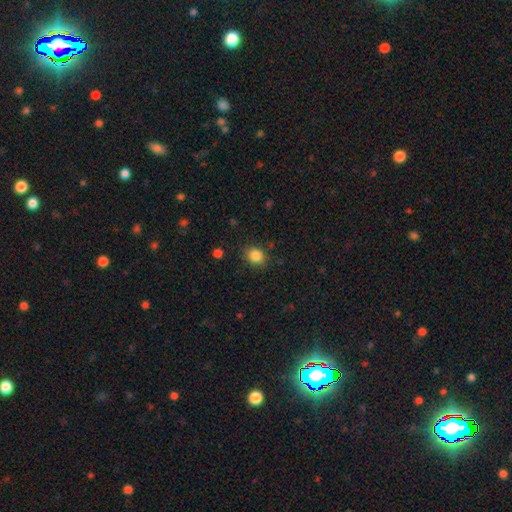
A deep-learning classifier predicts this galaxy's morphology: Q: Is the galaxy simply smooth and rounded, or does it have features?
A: smooth — 85%.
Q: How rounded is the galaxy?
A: round — 72%.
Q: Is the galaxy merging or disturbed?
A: none — 84%.